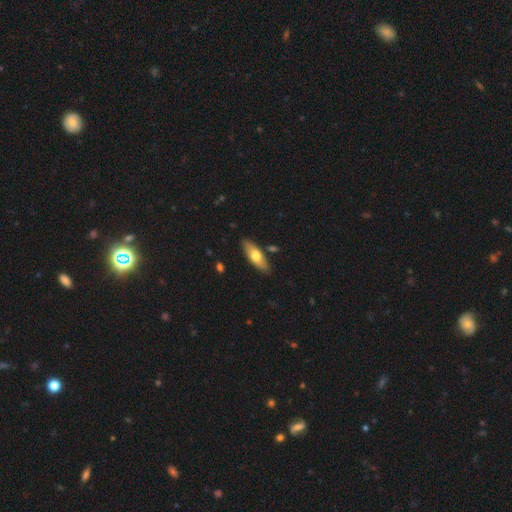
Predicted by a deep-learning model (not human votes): Smooth or featured: smooth — 63% (featured or disk — 31%)
How rounded: in between — 61% (cigar-shaped — 36%)
Merging: none — 86% (minor disturbance — 9%)